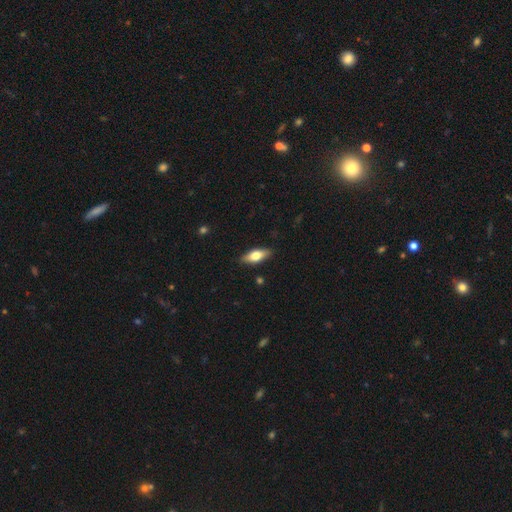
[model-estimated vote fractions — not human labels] Smooth or featured?
  - smooth: 63% *
  - featured or disk: 31%
  - star or artifact: 6%
How rounded?
  - in between: 73% *
  - cigar-shaped: 24%
  - round: 3%
Merging?
  - none: 87% *
  - minor disturbance: 10%
  - major disturbance: 2%
  - merger: 1%